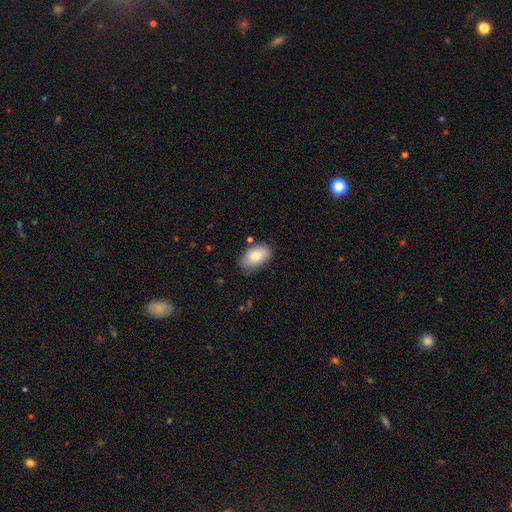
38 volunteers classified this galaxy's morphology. smooth 82%, featured or disk 16%, star or artifact 3%. Down the decision tree: how rounded — in between (97%); merging — none (84%).